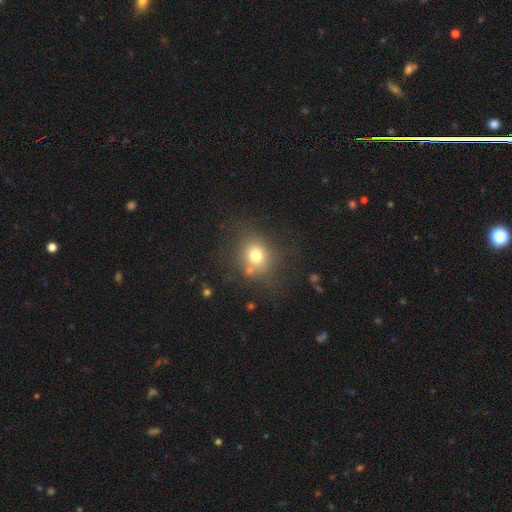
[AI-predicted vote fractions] This is likely a smooth galaxy (73%). How rounded: likely round (77%). Merging: likely none (73%).